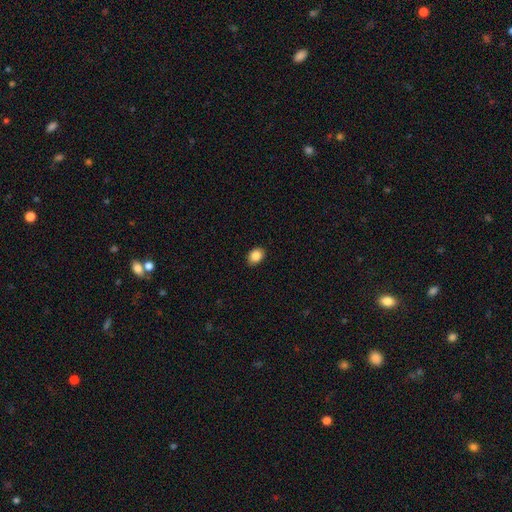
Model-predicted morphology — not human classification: Smooth or featured: smooth — 87% (star or artifact — 8%)
How rounded: in between — 68% (round — 31%)
Merging: none — 89% (minor disturbance — 8%)